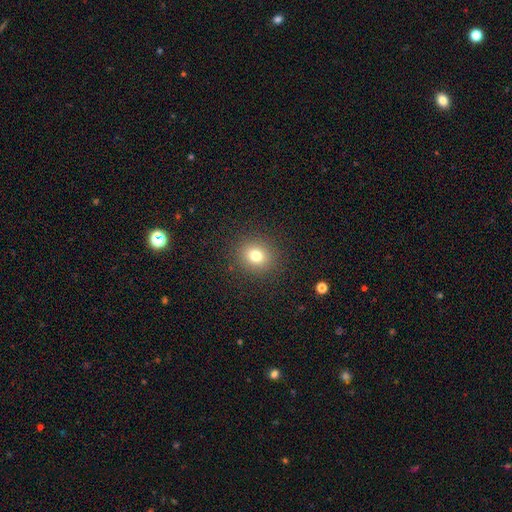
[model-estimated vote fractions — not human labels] smooth_or_featured: smooth (p=0.77) [alt: star or artifact p=0.14]
how_rounded: round (p=0.78) [alt: in between p=0.21]
merging: none (p=0.89) [alt: minor disturbance p=0.07]